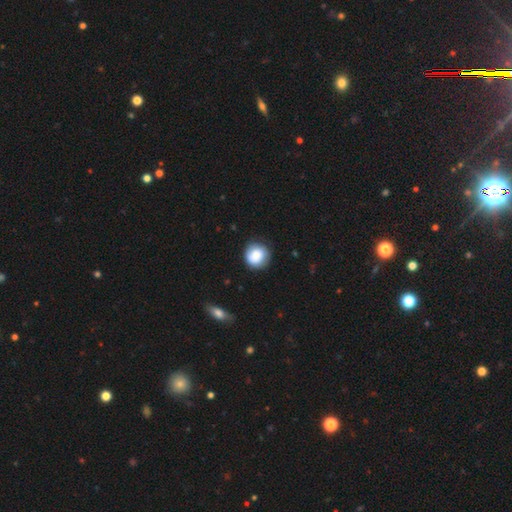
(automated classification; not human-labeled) smooth 84%, featured or disk 9%, star or artifact 7%. Down the decision tree: how rounded — round (91%); merging — none (78%).